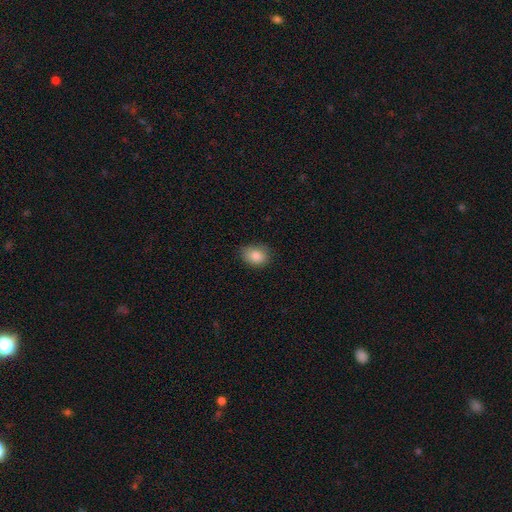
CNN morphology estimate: smooth_or_featured: smooth (p=0.86) [alt: star or artifact p=0.08]
how_rounded: in between (p=0.62) [alt: round p=0.37]
merging: none (p=0.79) [alt: minor disturbance p=0.16]